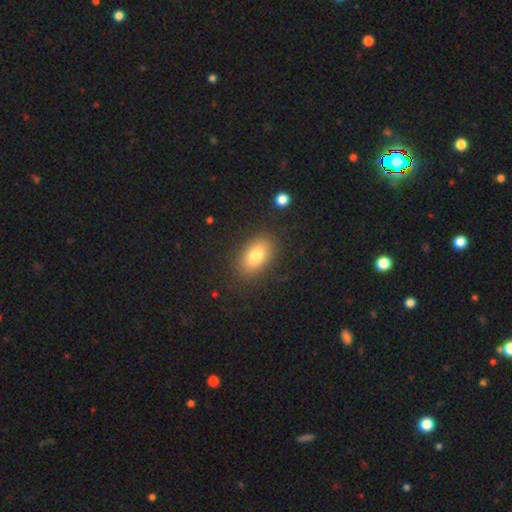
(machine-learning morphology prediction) Q: Smooth or featured?
A: smooth (78%); runner-up: featured or disk (13%)
Q: How rounded?
A: in between (88%); runner-up: round (10%)
Q: Merging?
A: none (86%); runner-up: minor disturbance (10%)